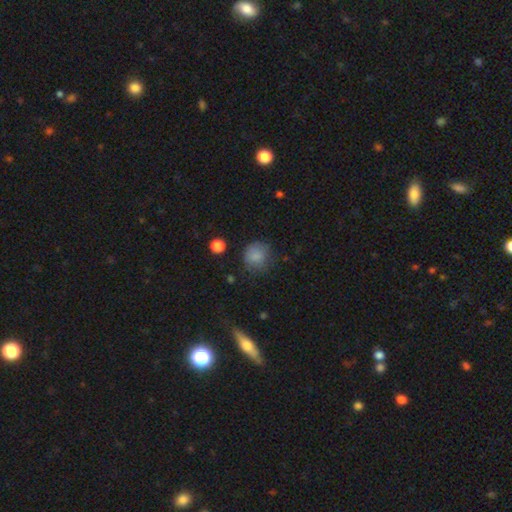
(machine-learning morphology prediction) This appears to be a smooth galaxy with no disk features (82%) that is round (80%). Merging: none (69%).